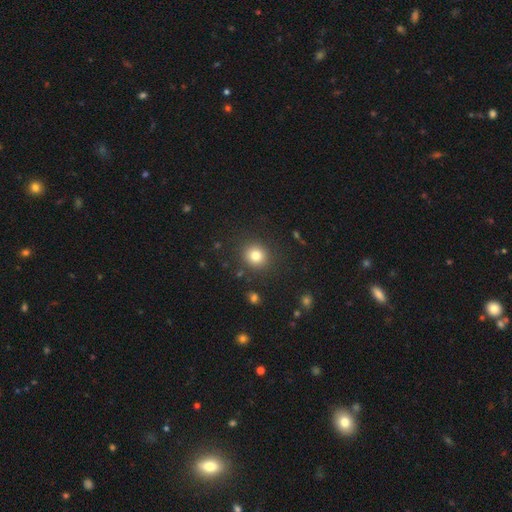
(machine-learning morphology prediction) Smooth or featured? smooth (79%)
How rounded? round (88%)
Merging? none (89%)